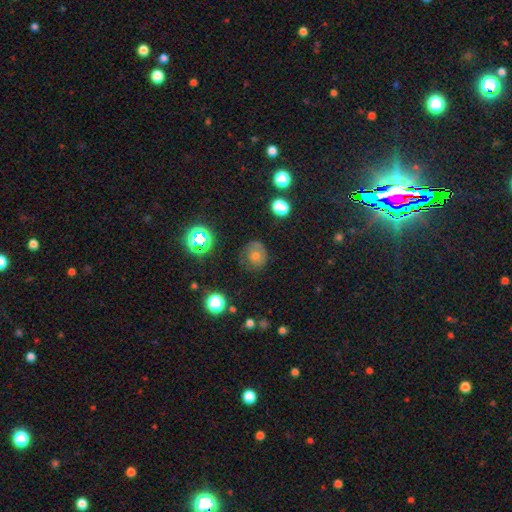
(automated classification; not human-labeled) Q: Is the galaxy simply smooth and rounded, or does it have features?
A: smooth — 48%.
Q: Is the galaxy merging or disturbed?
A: none — 73%.